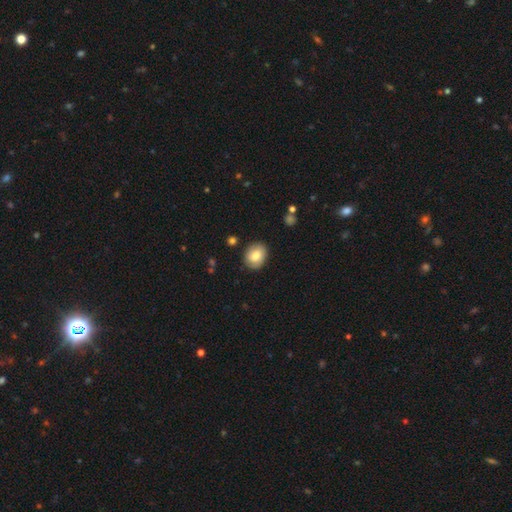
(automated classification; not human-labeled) This is likely a smooth galaxy (79%). How rounded: possibly in between (52%). Merging: clearly none (84%).